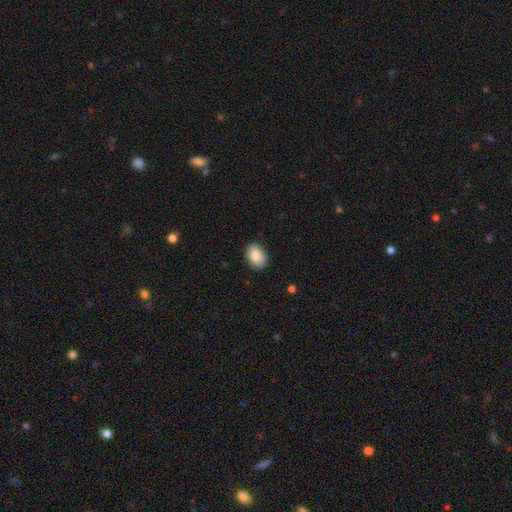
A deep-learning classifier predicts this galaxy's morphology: Overall: smooth (88%). How rounded: in between (84%). Merging: none (88%).